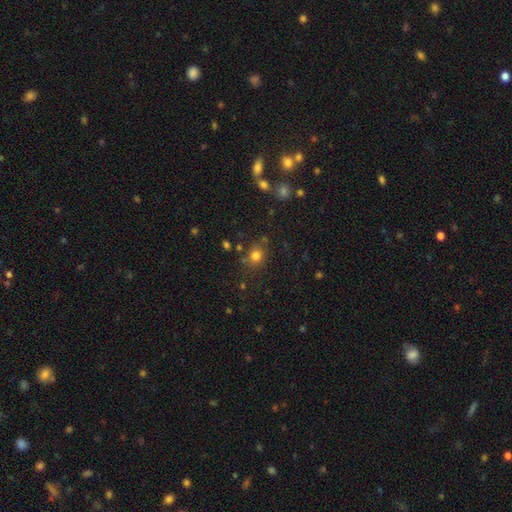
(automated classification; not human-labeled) Smooth or featured: smooth — 77% (star or artifact — 15%)
How rounded: round — 72% (in between — 27%)
Merging: none — 76% (minor disturbance — 13%)